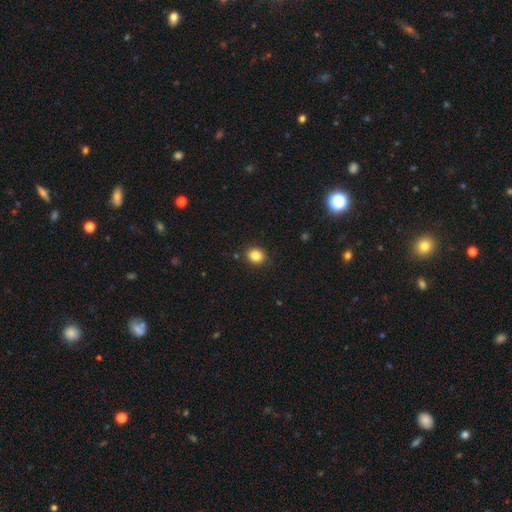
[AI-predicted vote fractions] smooth_or_featured: smooth (p=0.85) [alt: star or artifact p=0.10]
how_rounded: round (p=0.70) [alt: in between p=0.30]
merging: none (p=0.90) [alt: minor disturbance p=0.07]